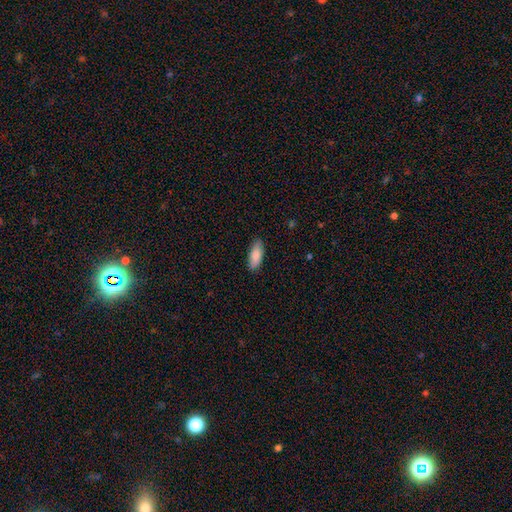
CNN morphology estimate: Overall: smooth (87%). How rounded: in between (76%). Merging: none (86%).